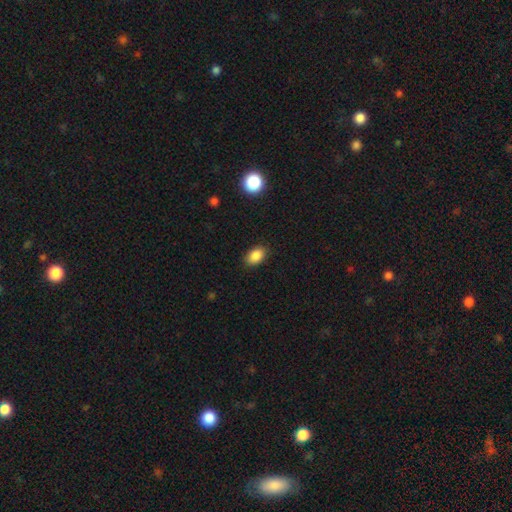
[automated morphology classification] This appears to be a smooth galaxy with no disk features (87%) that is in between round and cigar-shaped (85%). Merging: none (87%).